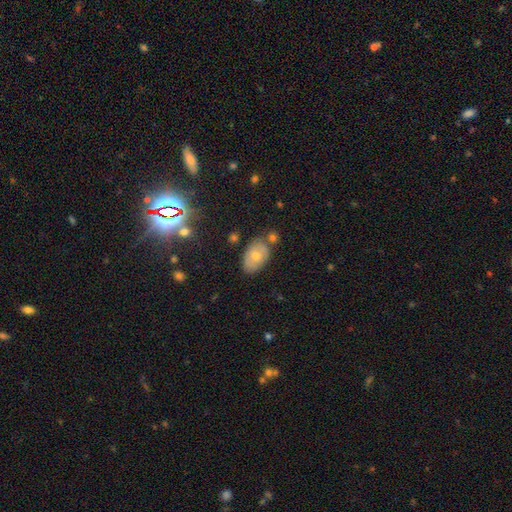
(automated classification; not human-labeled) Smooth or featured? smooth (67%)
How rounded? in between (90%)
Merging? none (70%)